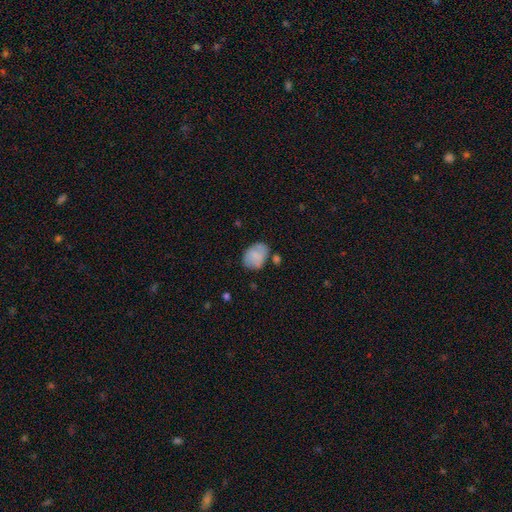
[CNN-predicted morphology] smooth_or_featured: smooth (p=0.75) [alt: featured or disk p=0.17]
how_rounded: in between (p=0.73) [alt: round p=0.26]
merging: none (p=0.60) [alt: minor disturbance p=0.24]